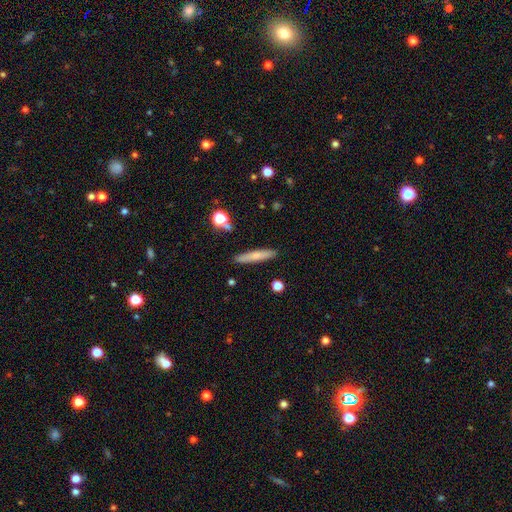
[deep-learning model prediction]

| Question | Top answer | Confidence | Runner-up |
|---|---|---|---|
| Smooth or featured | smooth | 68% | featured or disk (24%) |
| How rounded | cigar-shaped | 91% | in between (8%) |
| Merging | none | 88% | minor disturbance (8%) |